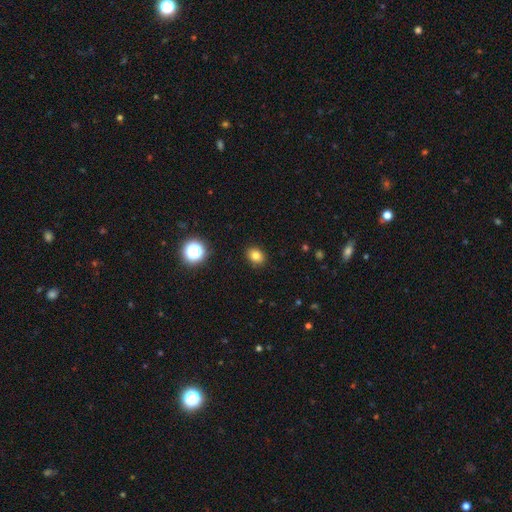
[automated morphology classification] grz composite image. It shows a smooth galaxy with no disk features (79%) that is in between round and cigar-shaped (52%). Merging: none (89%).